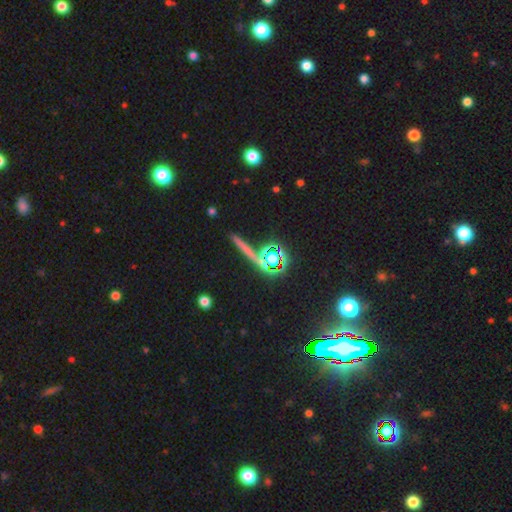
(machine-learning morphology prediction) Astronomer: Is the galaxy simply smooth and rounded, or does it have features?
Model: star or artifact — 60%.